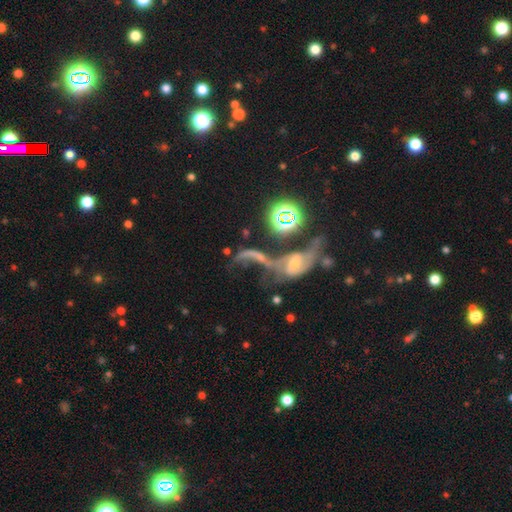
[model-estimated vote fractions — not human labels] A featured or disk galaxy (52%). Merging: merger (55%).